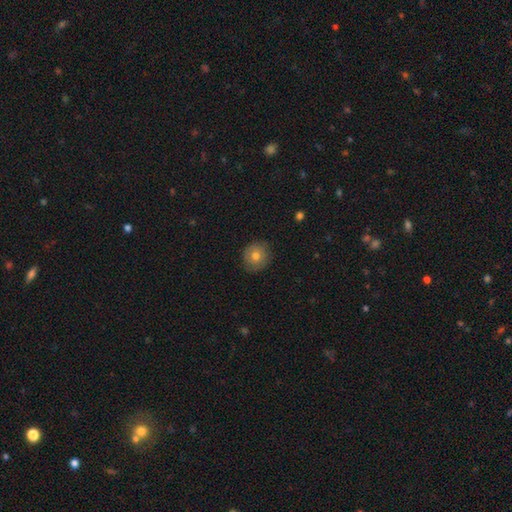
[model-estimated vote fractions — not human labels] This appears to be a smooth galaxy with no disk features (72%) that is round (86%). Merging: none (85%).